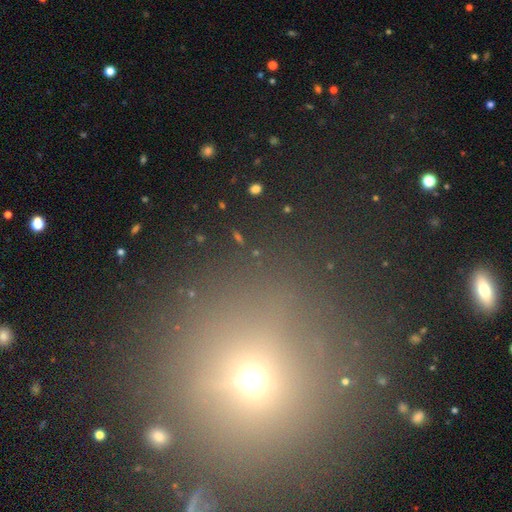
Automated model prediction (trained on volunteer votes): smooth_or_featured: star or artifact (p=0.46) [alt: smooth p=0.43]